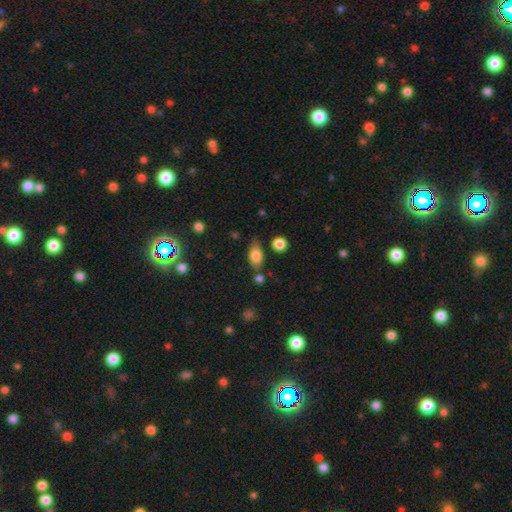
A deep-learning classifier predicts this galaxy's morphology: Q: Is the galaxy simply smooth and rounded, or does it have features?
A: smooth — 78%.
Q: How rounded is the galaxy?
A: in between — 81%.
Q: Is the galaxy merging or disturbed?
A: none — 67%.